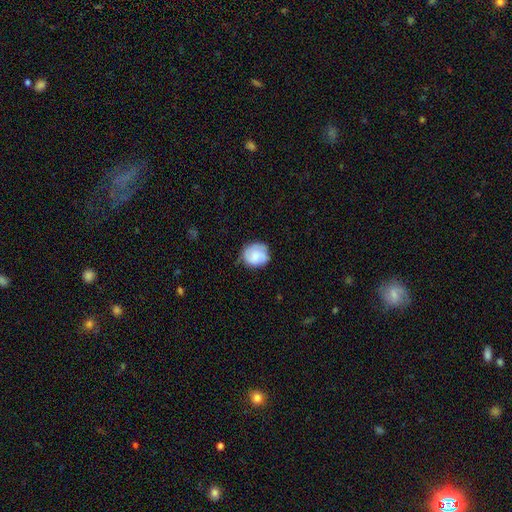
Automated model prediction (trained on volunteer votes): smooth 59%, featured or disk 33%, star or artifact 7%. Down the decision tree: how rounded — round (78%); merging — none (69%).